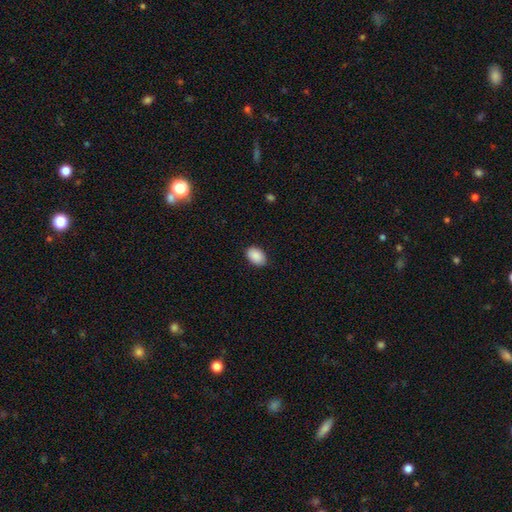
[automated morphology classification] This is clearly a smooth galaxy (90%). How rounded: clearly in between (88%). Merging: clearly none (87%).